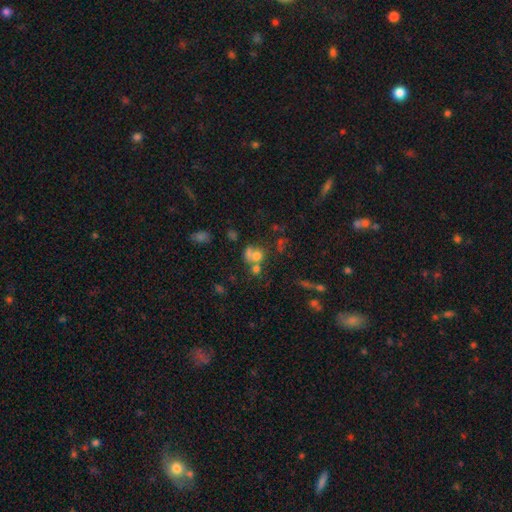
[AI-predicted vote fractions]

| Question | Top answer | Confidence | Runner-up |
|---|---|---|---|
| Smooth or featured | smooth | 62% | featured or disk (20%) |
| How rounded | round | 71% | in between (28%) |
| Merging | merger | 51% | none (32%) |